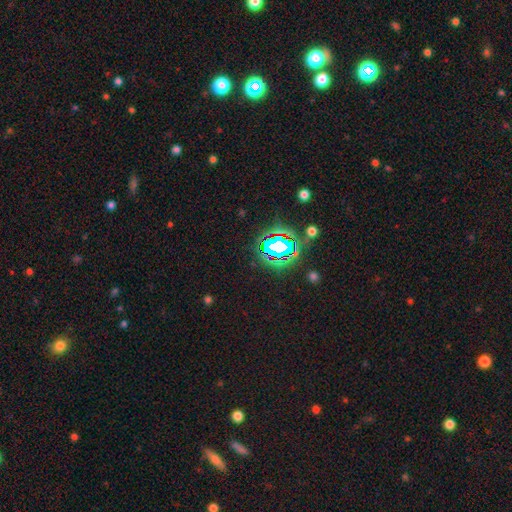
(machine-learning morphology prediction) A star or artifact, not a galaxy (80%).

Vote fractions:
- Smooth or featured? star or artifact: 80% / smooth: 12% / featured or disk: 8%